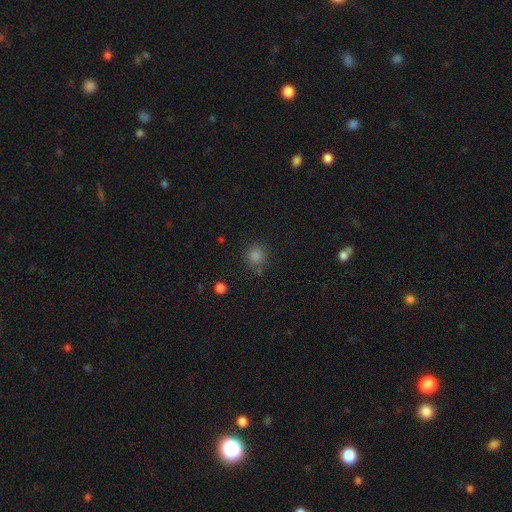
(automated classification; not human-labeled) smooth-or-featured: smooth: 78% | star or artifact: 17% | featured or disk: 4%
  how-rounded: round: 89% | in between: 10% | cigar-shaped: 1%
  merging: none: 80% | minor disturbance: 11% | merger: 5% | major disturbance: 4%